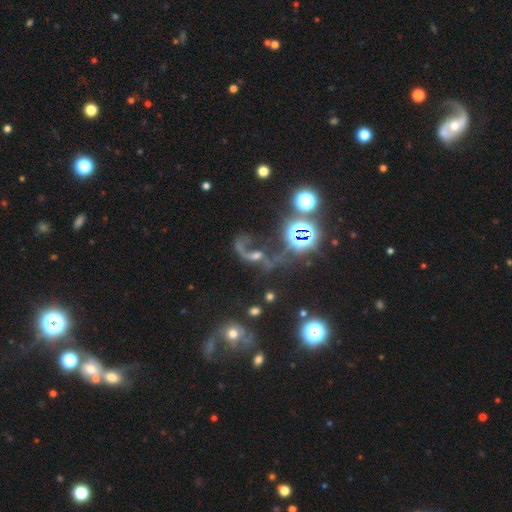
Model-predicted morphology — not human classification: type=featured or disk (50%); edge-on=no (92%); merging=major disturbance (37%).